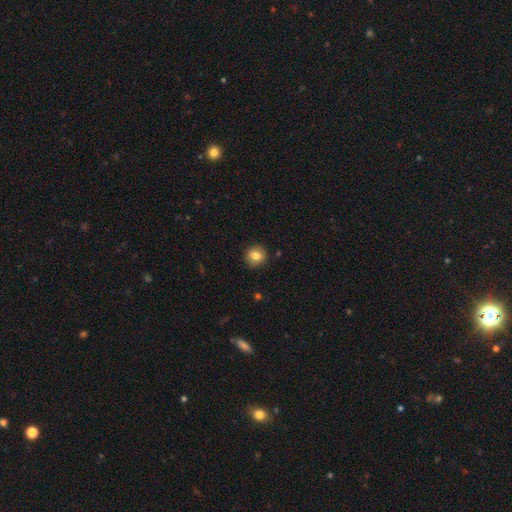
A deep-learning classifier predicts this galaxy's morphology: Smooth or featured?
  - smooth: 81% *
  - featured or disk: 10%
  - star or artifact: 9%
How rounded?
  - round: 89% *
  - in between: 10%
  - cigar-shaped: 1%
Merging?
  - none: 90% *
  - minor disturbance: 7%
  - major disturbance: 2%
  - merger: 1%